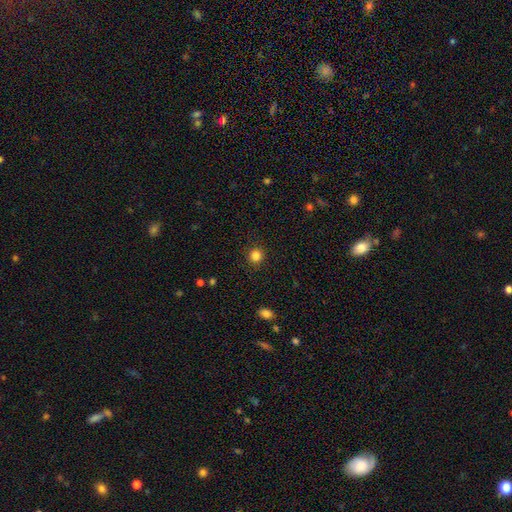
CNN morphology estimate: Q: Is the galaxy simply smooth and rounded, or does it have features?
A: smooth — 84%.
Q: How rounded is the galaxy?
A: round — 92%.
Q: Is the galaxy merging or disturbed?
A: none — 91%.